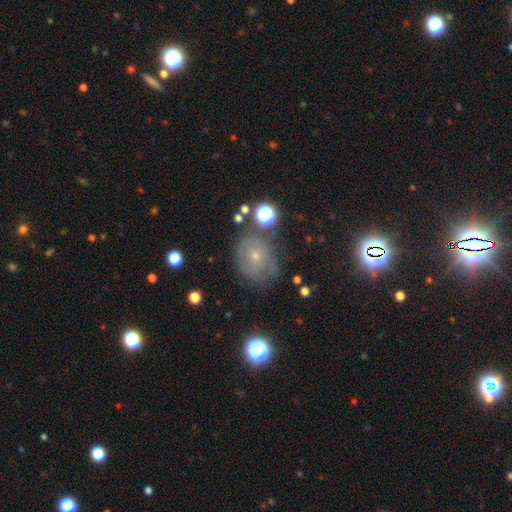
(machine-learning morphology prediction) A featured or disk galaxy (41%).

Vote fractions:
- Smooth or featured? featured or disk: 41% / smooth: 38% / star or artifact: 21%
- Merging? none: 66% / minor disturbance: 21% / major disturbance: 9% / merger: 4%